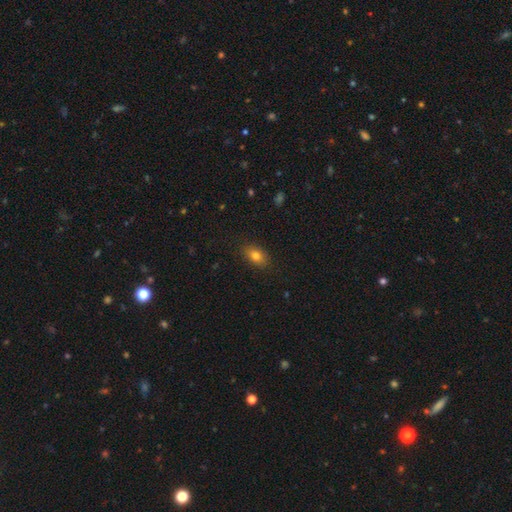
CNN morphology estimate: A smooth galaxy with no disk features (81%) that is in between round and cigar-shaped (85%).

Vote fractions:
- Smooth or featured? smooth: 81% / star or artifact: 10% / featured or disk: 9%
- How rounded? in between: 85% / round: 13% / cigar-shaped: 3%
- Merging? none: 87% / minor disturbance: 10% / major disturbance: 2% / merger: 1%